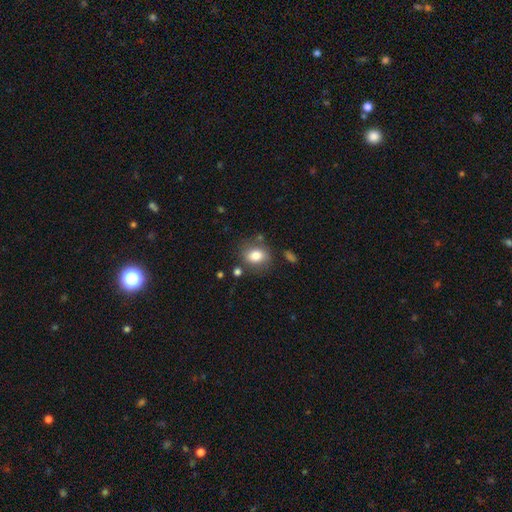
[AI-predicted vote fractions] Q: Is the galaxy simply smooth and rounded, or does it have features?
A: smooth — 80%.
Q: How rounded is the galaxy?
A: in between — 52%.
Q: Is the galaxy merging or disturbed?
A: none — 74%.